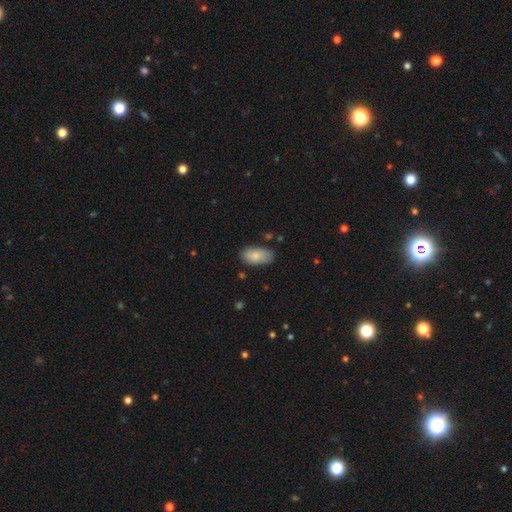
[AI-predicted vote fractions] A smooth galaxy with no disk features (83%) that is in between round and cigar-shaped (94%). Merging: none (73%).